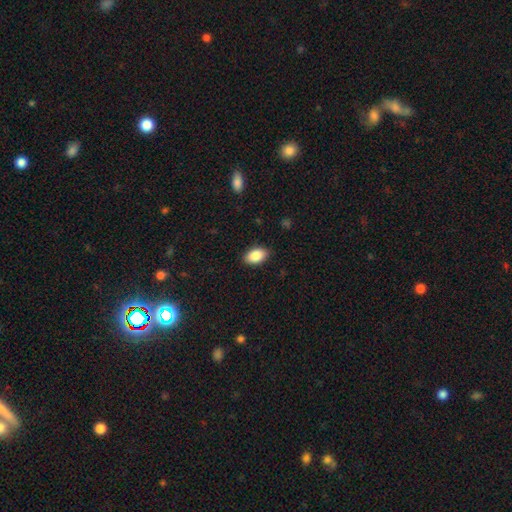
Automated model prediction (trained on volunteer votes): Morphology: type=smooth (88%); roundness=in between (92%); merging=none (88%).